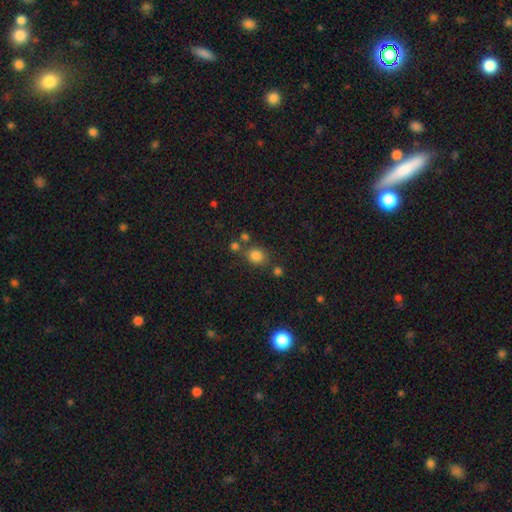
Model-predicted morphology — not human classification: This is likely a smooth galaxy (80%). How rounded: likely round (72%). Merging: likely none (69%).